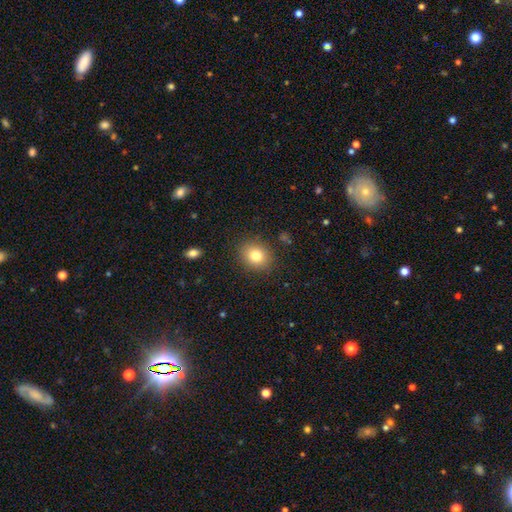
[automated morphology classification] Q: Smooth or featured?
A: smooth (80%); runner-up: star or artifact (11%)
Q: How rounded?
A: round (59%); runner-up: in between (40%)
Q: Merging?
A: none (87%); runner-up: minor disturbance (9%)